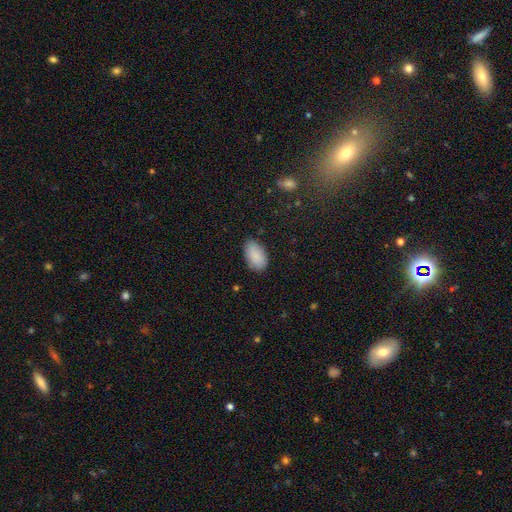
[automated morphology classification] Smooth or featured? Predicted: smooth (p=0.89). How rounded? Predicted: in between (p=0.95). Merging? Predicted: none (p=0.83).